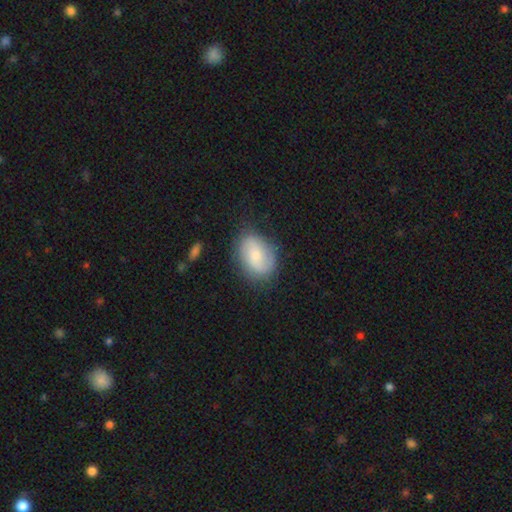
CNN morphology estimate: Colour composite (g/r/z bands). It shows a smooth galaxy with no disk features (50%). Merging: none (73%).